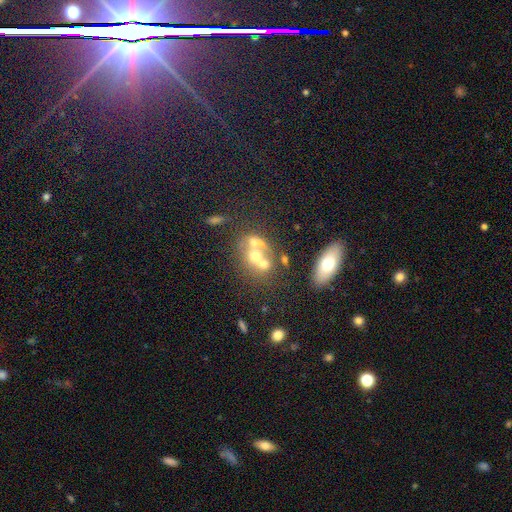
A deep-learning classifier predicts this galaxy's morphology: smooth-or-featured: smooth: 45% | featured or disk: 38% | star or artifact: 17%
  merging: merger: 55% | none: 29% | minor disturbance: 9% | major disturbance: 7%